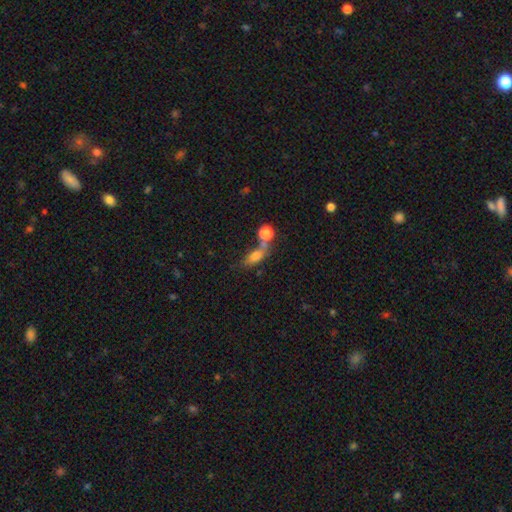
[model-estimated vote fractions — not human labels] smooth_or_featured: smooth (p=0.72) [alt: featured or disk p=0.16]
how_rounded: in between (p=0.66) [alt: cigar-shaped p=0.21]
merging: none (p=0.45) [alt: merger p=0.31]